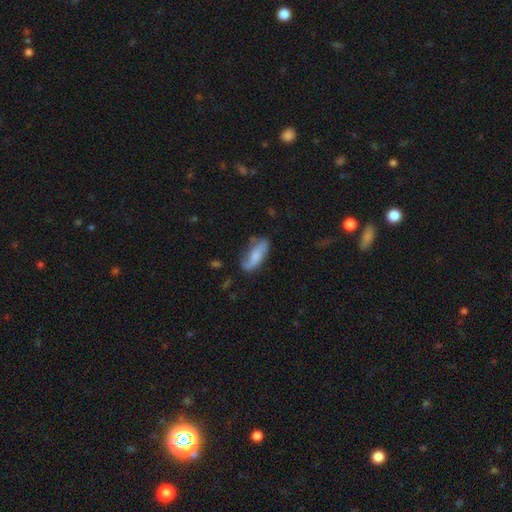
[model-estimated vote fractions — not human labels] smooth_or_featured: smooth (p=0.58) [alt: featured or disk p=0.35]
how_rounded: in between (p=0.73) [alt: cigar-shaped p=0.24]
merging: none (p=0.58) [alt: minor disturbance p=0.28]